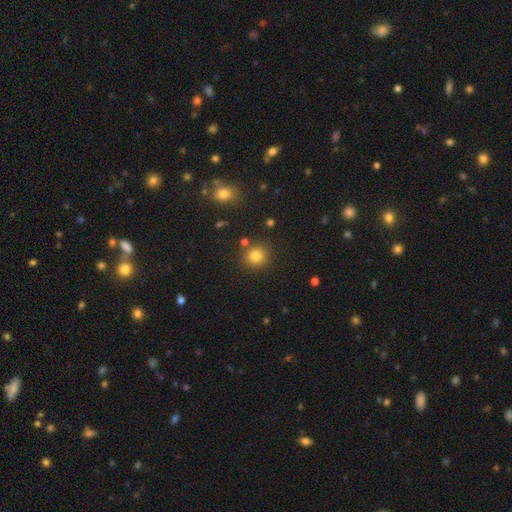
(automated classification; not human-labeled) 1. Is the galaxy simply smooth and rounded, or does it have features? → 81% smooth, 13% star or artifact, 6% featured or disk.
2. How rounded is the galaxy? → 88% round, 11% in between, 1% cigar-shaped.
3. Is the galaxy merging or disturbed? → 84% none, 8% minor disturbance, 5% merger, 3% major disturbance.